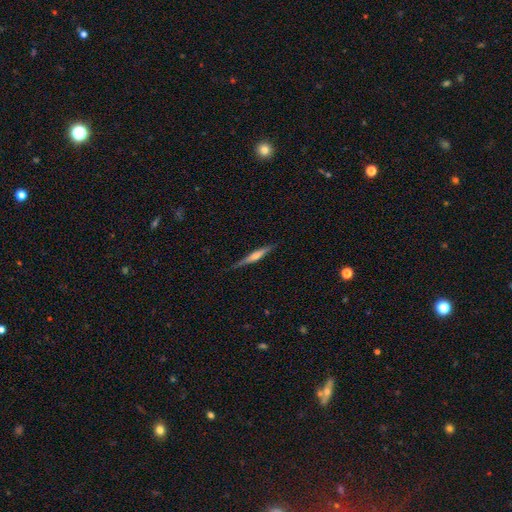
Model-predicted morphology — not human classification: Smooth or featured?
  - featured or disk: 60% *
  - smooth: 34%
  - star or artifact: 6%
Edge-on disk?
  - yes: 97% *
  - no: 3%
Edge-on bulge?
  - rounded: 67% *
  - none: 19%
  - boxy: 14%
Merging?
  - none: 86% *
  - minor disturbance: 11%
  - major disturbance: 2%
  - merger: 1%